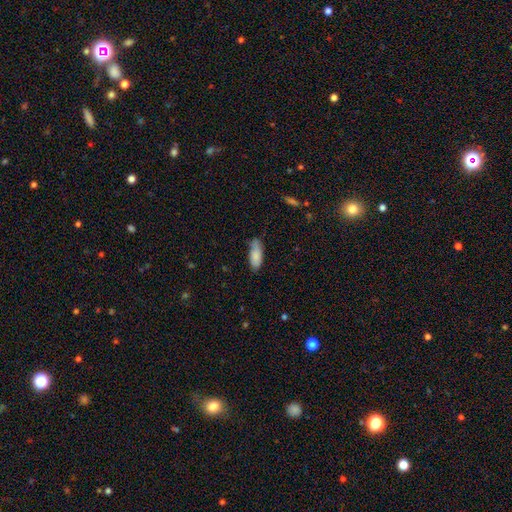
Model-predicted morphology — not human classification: Overall: smooth (84%). How rounded: in between (77%). Merging: none (65%; minor disturbance 27%).